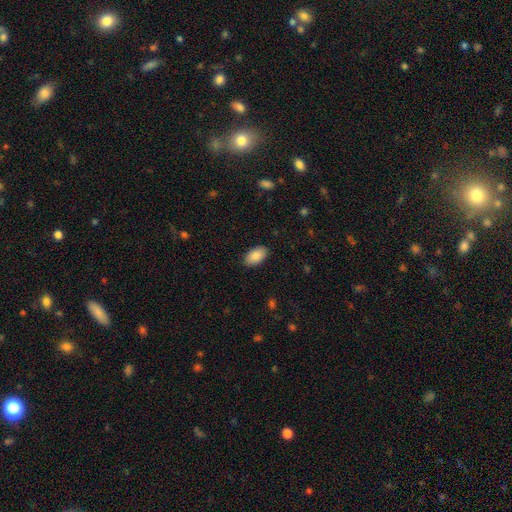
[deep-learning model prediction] Smooth or featured?
  - smooth: 88% *
  - star or artifact: 7%
  - featured or disk: 5%
How rounded?
  - in between: 95% *
  - round: 4%
  - cigar-shaped: 1%
Merging?
  - none: 88% *
  - minor disturbance: 9%
  - major disturbance: 2%
  - merger: 1%